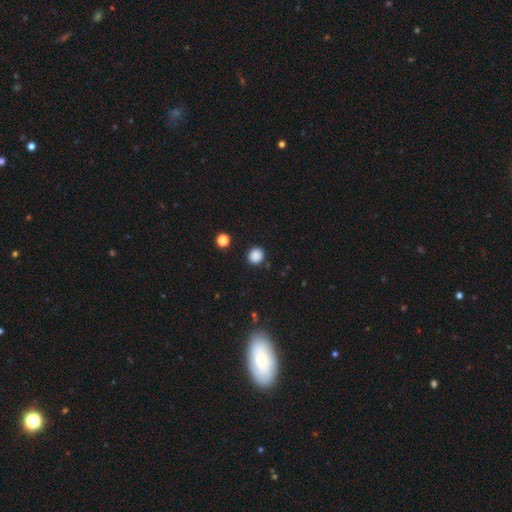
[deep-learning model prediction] A smooth galaxy with no disk features (86%) that is round (90%).

Vote fractions:
- Smooth or featured? smooth: 86% / star or artifact: 11% / featured or disk: 3%
- How rounded? round: 90% / in between: 9% / cigar-shaped: 1%
- Merging? none: 90% / minor disturbance: 6% / major disturbance: 2% / merger: 2%